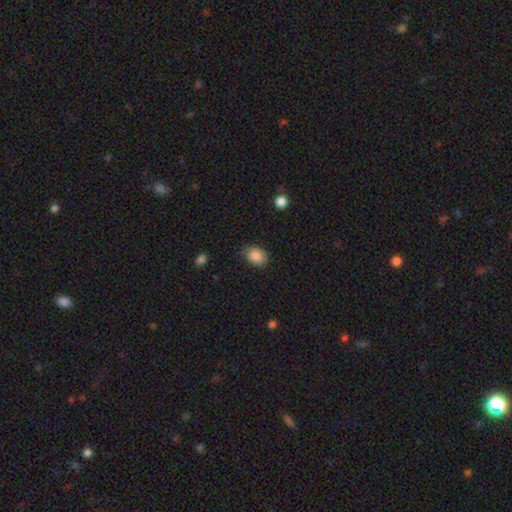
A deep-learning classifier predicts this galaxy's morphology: A smooth galaxy with no disk features (87%) that is in between round and cigar-shaped (77%).

Vote fractions:
- Smooth or featured? smooth: 87% / star or artifact: 8% / featured or disk: 5%
- How rounded? in between: 77% / round: 22% / cigar-shaped: 1%
- Merging? none: 80% / minor disturbance: 16% / major disturbance: 3% / merger: 1%